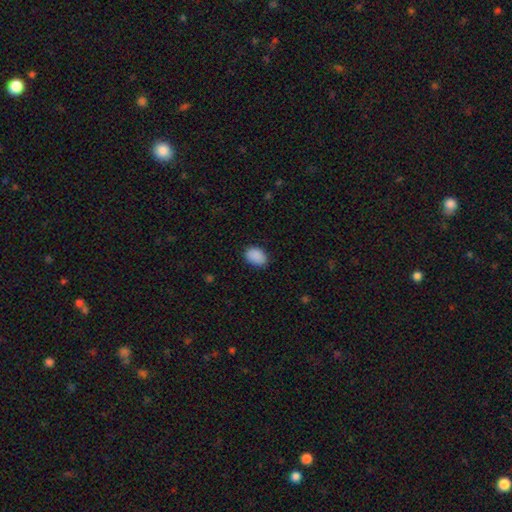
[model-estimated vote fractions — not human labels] This appears to be a smooth galaxy with no disk features (90%) that is in between round and cigar-shaped (82%). Merging: none (83%).